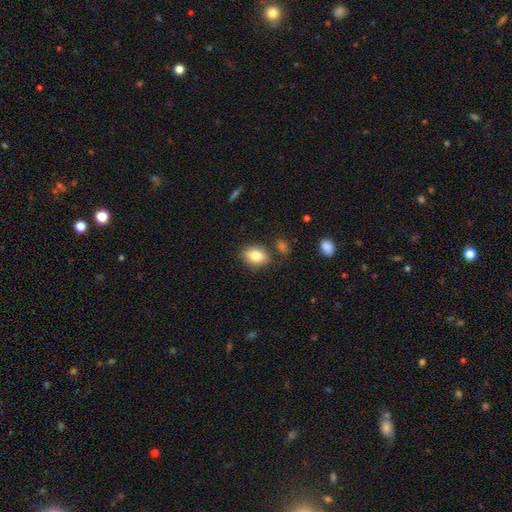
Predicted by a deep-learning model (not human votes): A smooth galaxy with no disk features (81%) that is in between round and cigar-shaped (79%).

Vote fractions:
- Smooth or featured? smooth: 81% / featured or disk: 11% / star or artifact: 8%
- How rounded? in between: 79% / round: 19% / cigar-shaped: 2%
- Merging? none: 78% / minor disturbance: 14% / merger: 5% / major disturbance: 3%